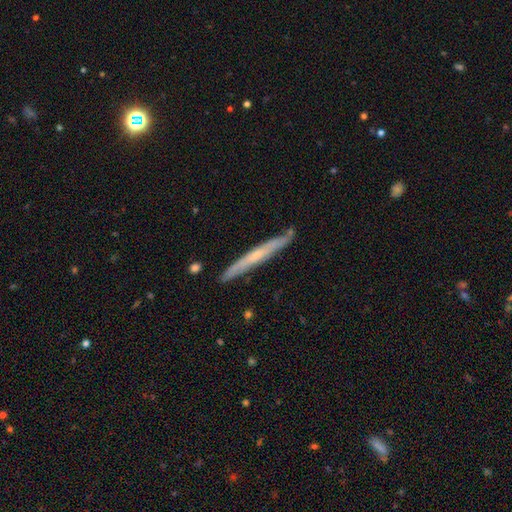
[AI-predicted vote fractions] smooth_or_featured: featured or disk (p=0.58) [alt: smooth p=0.36]
disk_edge_on: yes (p=0.94) [alt: no p=0.06]
edge_on_bulge: none (p=0.63) [alt: rounded p=0.33]
merging: none (p=0.87) [alt: minor disturbance p=0.10]